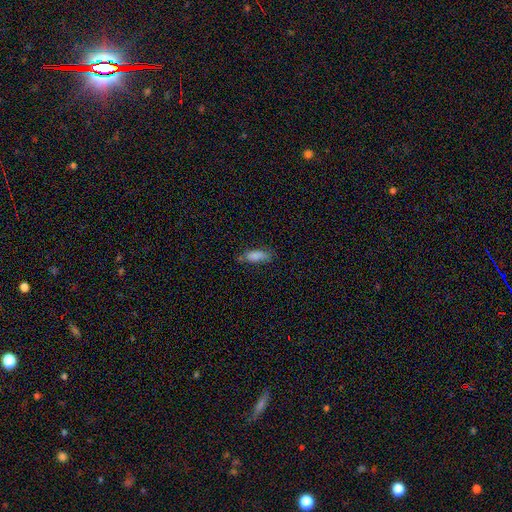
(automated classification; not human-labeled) Smooth or featured? smooth (85%)
How rounded? in between (71%)
Merging? none (66%)